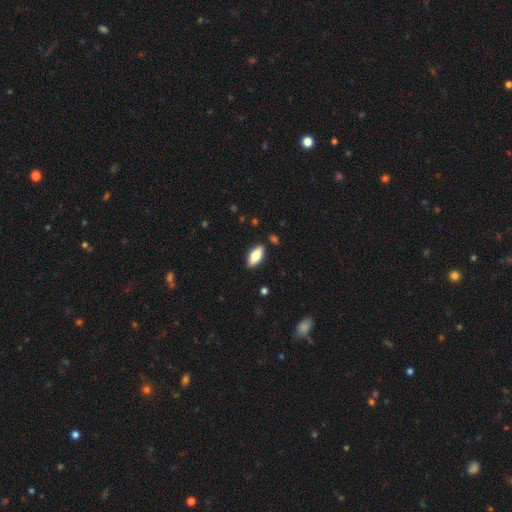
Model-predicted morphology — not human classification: A smooth galaxy with no disk features (75%) that is in between round and cigar-shaped (86%). Merging: none (87%).